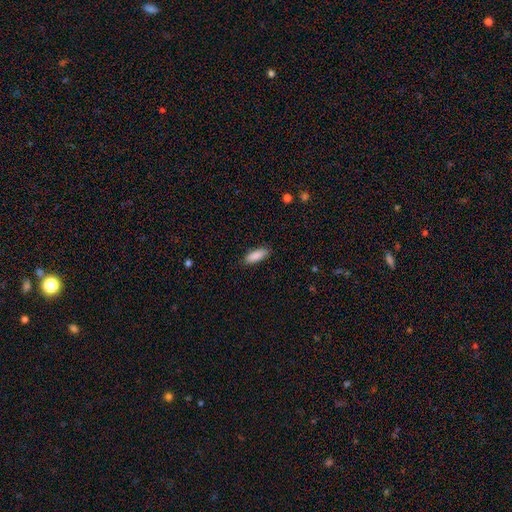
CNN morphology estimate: Smooth or featured? Predicted: smooth (p=0.88). How rounded? Predicted: in between (p=0.67). Merging? Predicted: none (p=0.86).